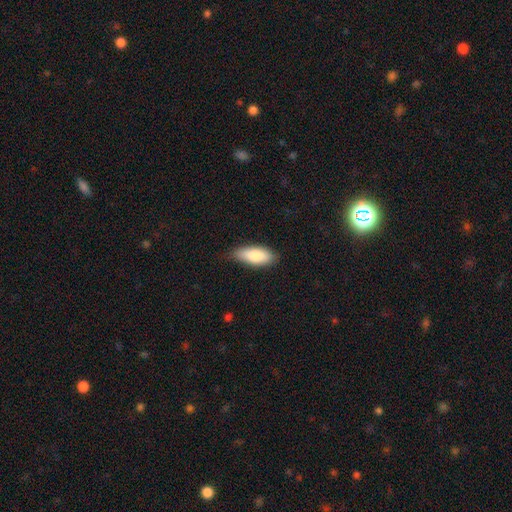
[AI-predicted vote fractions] This appears to be a smooth galaxy with no disk features (80%) that is in between round and cigar-shaped (80%). Merging: none (75%).